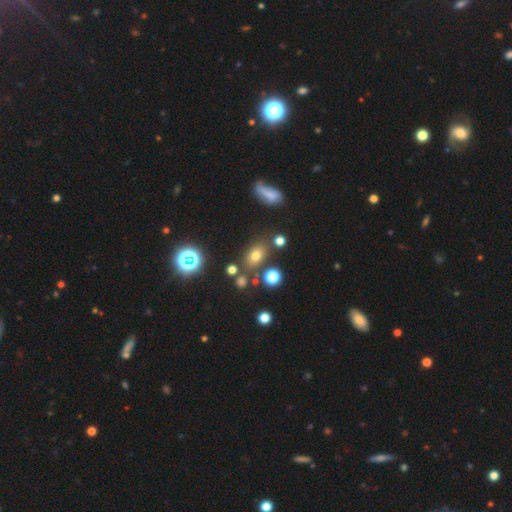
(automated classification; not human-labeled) A smooth galaxy with no disk features (67%) that is in between round and cigar-shaped (73%). Merging: none (75%).